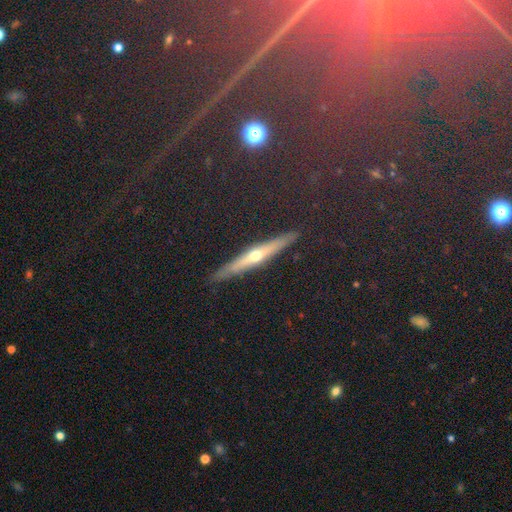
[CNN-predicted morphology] Smooth or featured? Predicted: featured or disk (p=0.61). Edge-on disk? Predicted: yes (p=0.92). Edge-on bulge? Predicted: rounded (p=0.90). Merging? Predicted: none (p=0.90).